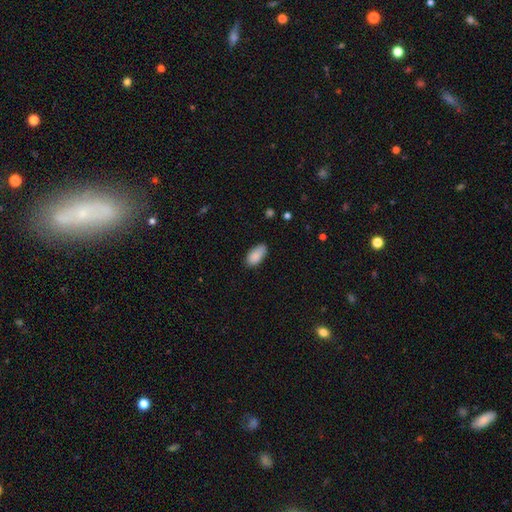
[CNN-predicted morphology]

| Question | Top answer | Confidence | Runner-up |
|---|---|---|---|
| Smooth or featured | smooth | 89% | star or artifact (7%) |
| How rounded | in between | 94% | cigar-shaped (4%) |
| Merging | none | 79% | minor disturbance (17%) |